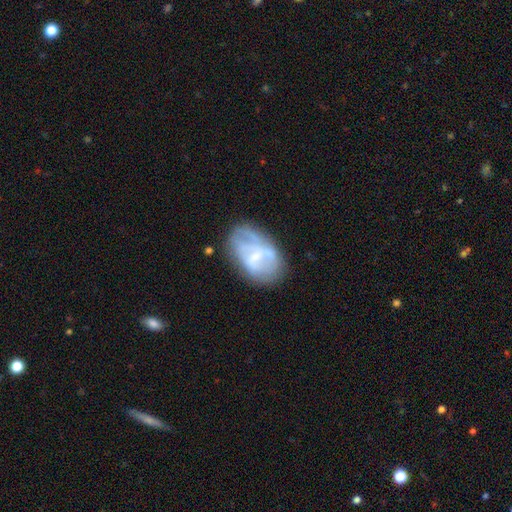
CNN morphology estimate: Smooth or featured: featured or disk — 58% (smooth — 33%)
Edge-on disk: no — 96% (yes — 4%)
Bar: weak — 41% (no — 37%)
Spiral arms: no — 63% (yes — 37%)
Bulge size: small — 41% (none — 34%)
Merging: none — 50% (minor disturbance — 26%)